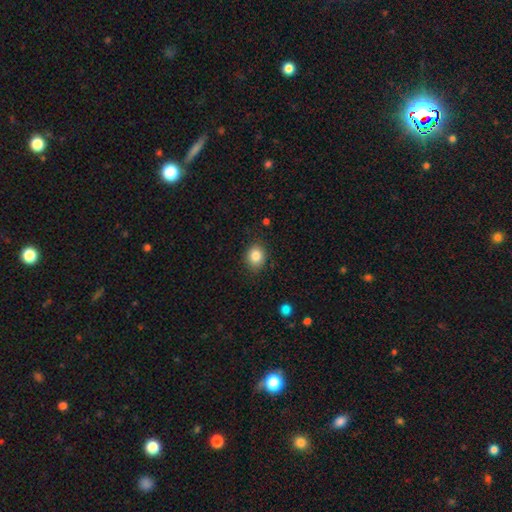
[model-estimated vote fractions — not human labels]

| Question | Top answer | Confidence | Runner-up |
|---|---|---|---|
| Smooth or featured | smooth | 84% | star or artifact (10%) |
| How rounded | round | 64% | in between (35%) |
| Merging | none | 84% | minor disturbance (12%) |